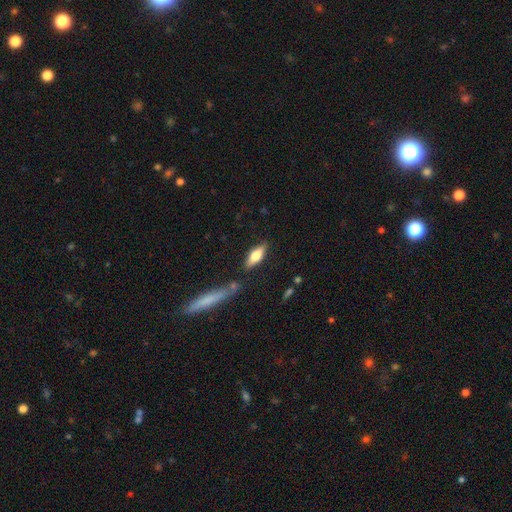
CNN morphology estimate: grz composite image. It shows a smooth galaxy with no disk features (61%) that is in between round and cigar-shaped (60%). Merging: none (80%).